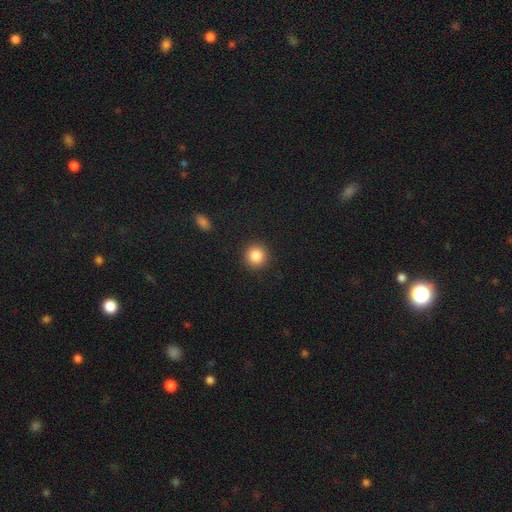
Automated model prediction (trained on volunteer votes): Morphology: type=smooth (86%); roundness=round (94%); merging=none (92%).